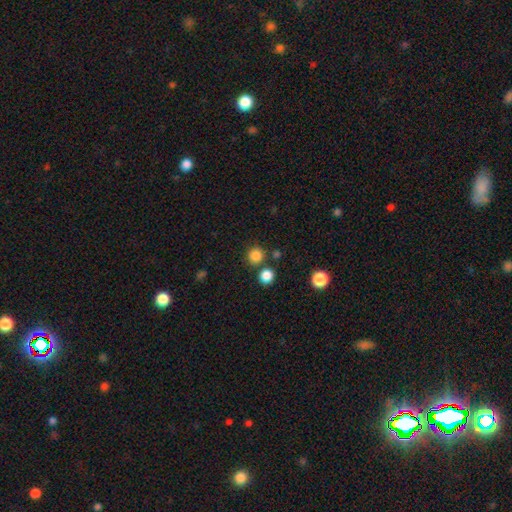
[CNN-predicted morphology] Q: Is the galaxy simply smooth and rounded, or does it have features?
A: smooth — 83%.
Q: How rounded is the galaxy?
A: round — 93%.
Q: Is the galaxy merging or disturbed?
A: none — 79%.